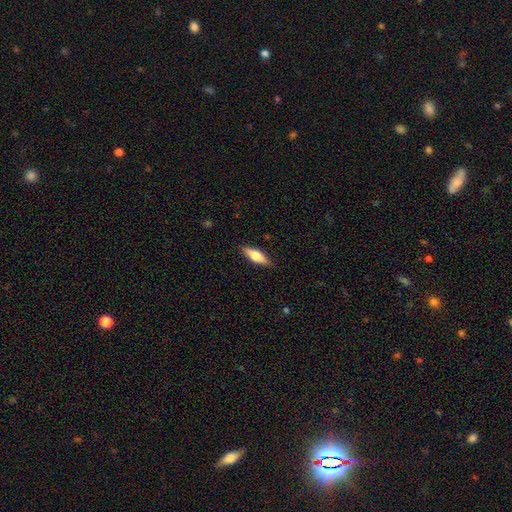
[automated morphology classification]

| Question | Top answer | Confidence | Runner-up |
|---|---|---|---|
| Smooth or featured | smooth | 66% | featured or disk (28%) |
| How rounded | in between | 59% | cigar-shaped (39%) |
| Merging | none | 88% | minor disturbance (9%) |